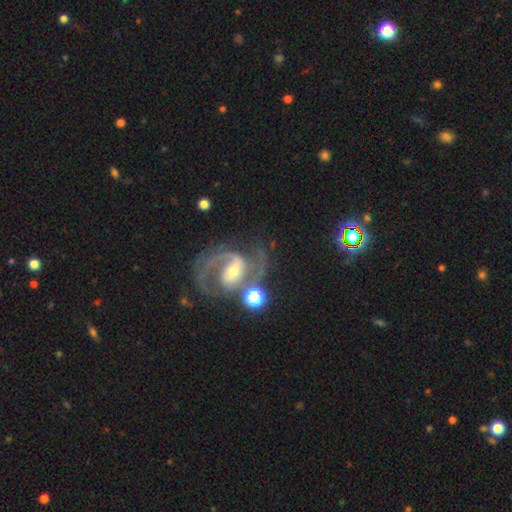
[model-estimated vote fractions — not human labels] Overall: featured or disk (89%). Edge-on disk: no (98%). Bar: weak (43%; strong 31%). Spiral arms: yes (97%). Spiral arm count: 2 (86%). Spiral winding: medium (59%; tight 26%). Bulge size: small (54%; moderate 41%). Merging: none (61%).